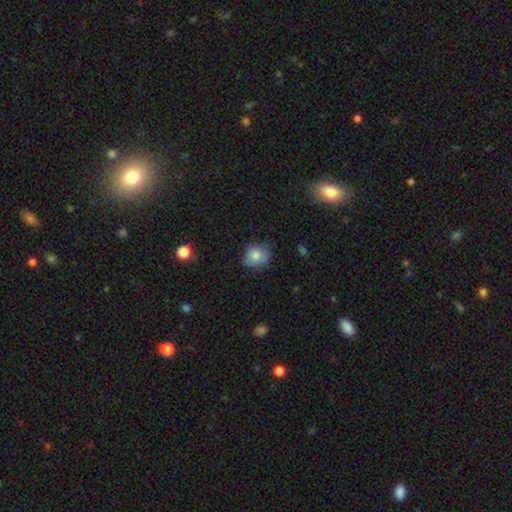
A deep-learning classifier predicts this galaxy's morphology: type=smooth (80%); roundness=round (74%); merging=none (65%).